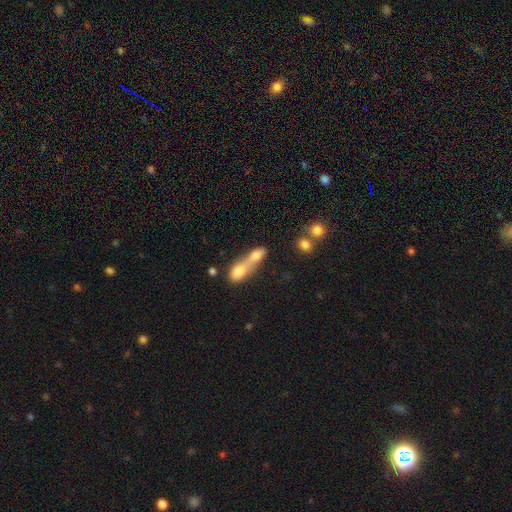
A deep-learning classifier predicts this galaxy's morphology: Smooth or featured? smooth (70%)
How rounded? in between (58%)
Merging? merger (78%)